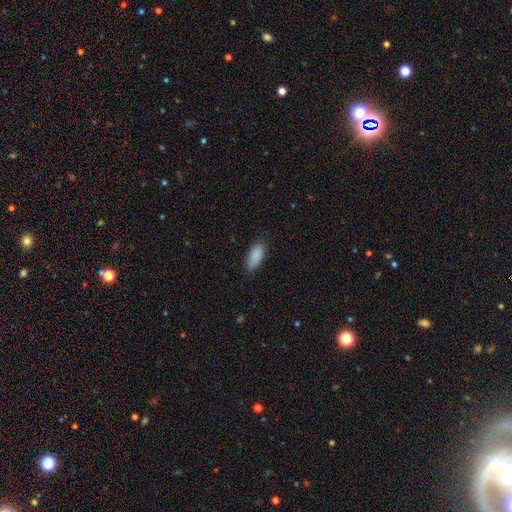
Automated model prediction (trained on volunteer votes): smooth_or_featured: smooth (p=0.89) [alt: star or artifact p=0.07]
how_rounded: in between (p=0.85) [alt: cigar-shaped p=0.13]
merging: none (p=0.84) [alt: minor disturbance p=0.12]